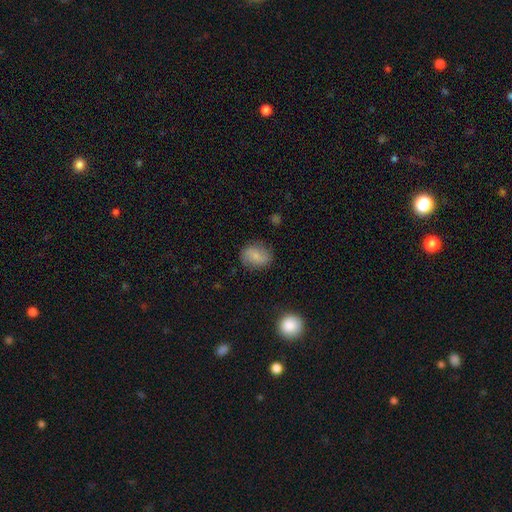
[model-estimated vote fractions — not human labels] The model was most divided on "how rounded": in between: 53%, round: 46%, cigar-shaped: 1%. More confident: merging — none (78%); smooth or featured — smooth (66%).